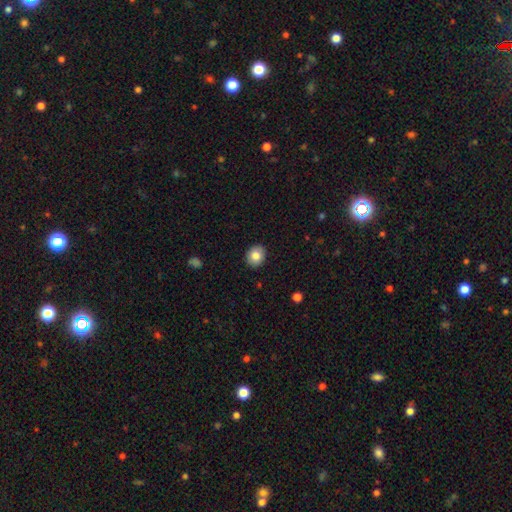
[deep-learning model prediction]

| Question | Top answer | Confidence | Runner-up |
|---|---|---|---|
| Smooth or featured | smooth | 84% | star or artifact (8%) |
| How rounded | round | 68% | in between (31%) |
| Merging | none | 89% | minor disturbance (8%) |